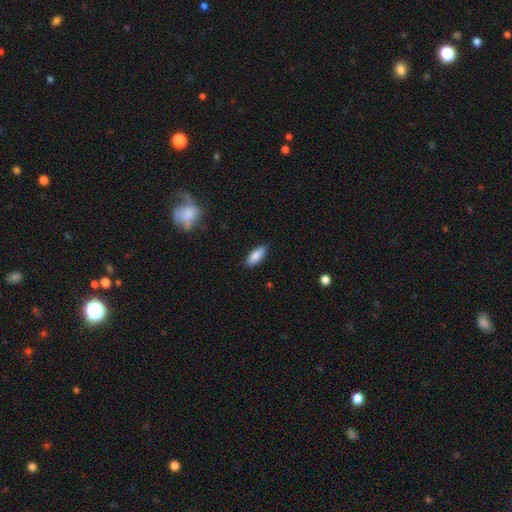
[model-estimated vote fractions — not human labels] Smooth or featured?
  - smooth: 84% *
  - featured or disk: 9%
  - star or artifact: 6%
How rounded?
  - in between: 73% *
  - cigar-shaped: 25%
  - round: 2%
Merging?
  - none: 85% *
  - minor disturbance: 12%
  - major disturbance: 2%
  - merger: 1%